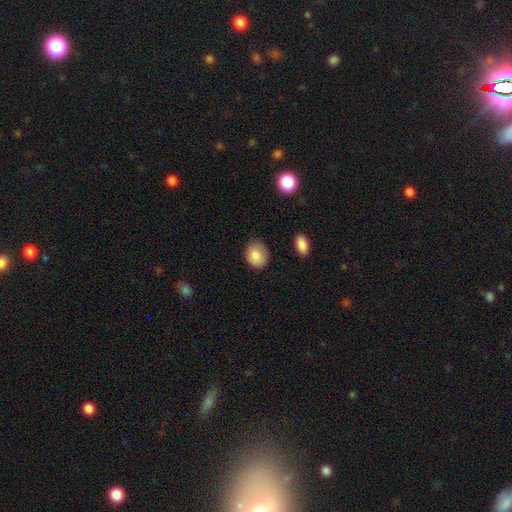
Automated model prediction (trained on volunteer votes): Overall: smooth (85%). How rounded: in between (53%; round 46%). Merging: none (76%).